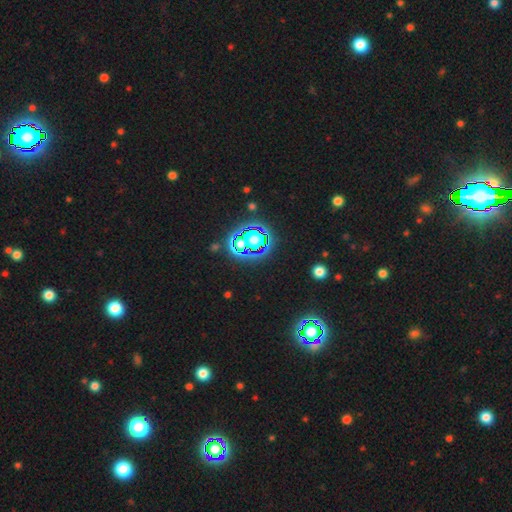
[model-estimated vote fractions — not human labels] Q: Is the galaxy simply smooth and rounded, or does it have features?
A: star or artifact — 79%.